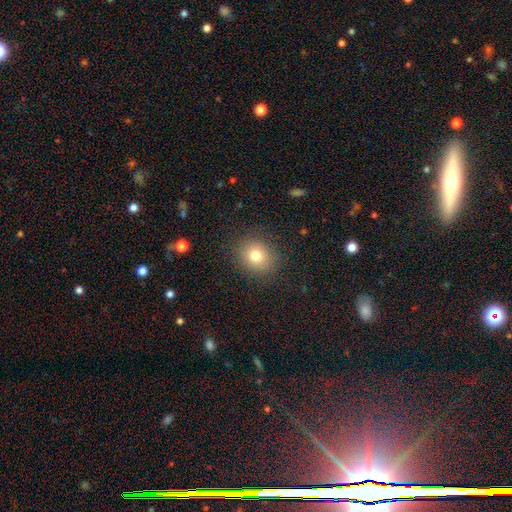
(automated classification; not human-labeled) Smooth or featured: smooth — 78% (star or artifact — 12%)
How rounded: round — 78% (in between — 21%)
Merging: none — 87% (minor disturbance — 9%)